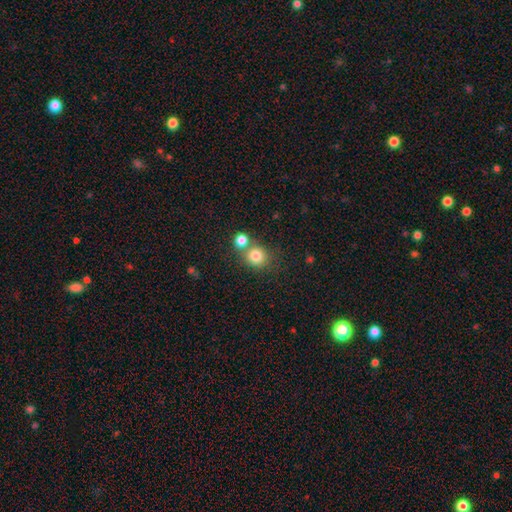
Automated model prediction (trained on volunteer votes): smooth 80%, star or artifact 12%, featured or disk 8%. Down the decision tree: how rounded — round (86%); merging — none (55%).